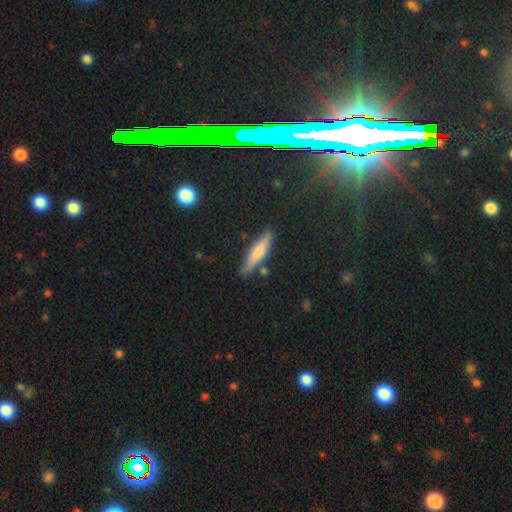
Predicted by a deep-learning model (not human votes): Smooth or featured: smooth — 62% (featured or disk — 28%)
How rounded: cigar-shaped — 82% (in between — 16%)
Merging: none — 84% (minor disturbance — 11%)